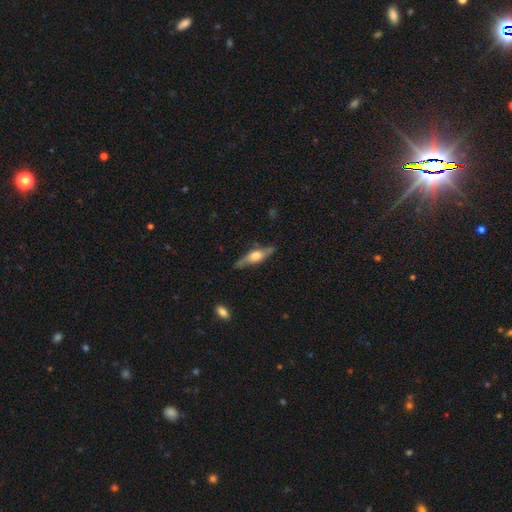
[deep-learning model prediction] This is likely a featured or disk galaxy (64%). It is clearly viewed edge-on (92%). Edge-on bulge: clearly rounded (86%). Merging: likely none (78%).